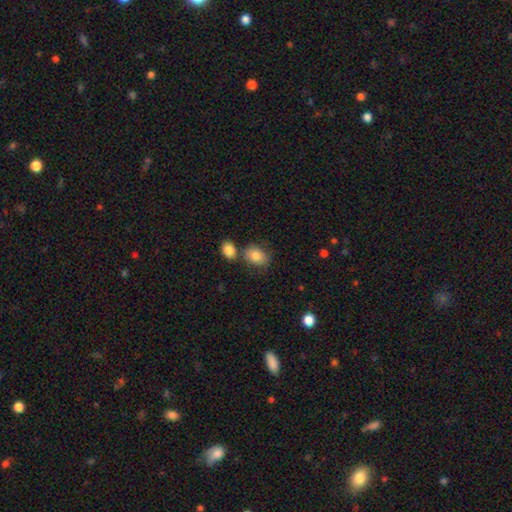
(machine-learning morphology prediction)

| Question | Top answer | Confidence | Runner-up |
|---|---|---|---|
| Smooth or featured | smooth | 82% | featured or disk (10%) |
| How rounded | in between | 62% | round (37%) |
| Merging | none | 61% | merger (18%) |